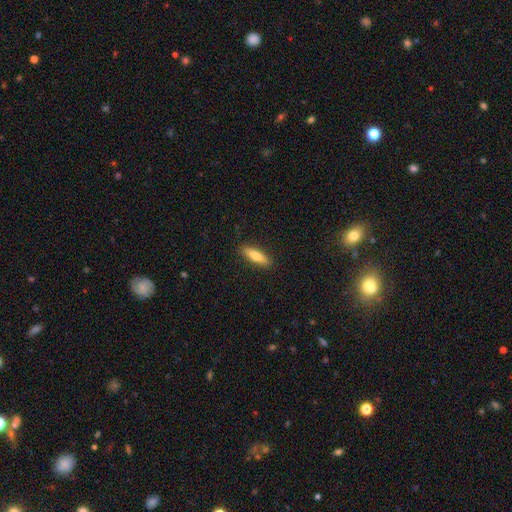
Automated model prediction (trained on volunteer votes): Smooth or featured? smooth (67%)
How rounded? cigar-shaped (67%)
Merging? none (90%)